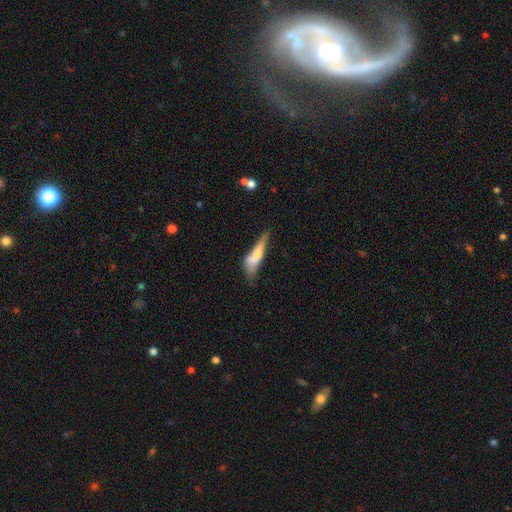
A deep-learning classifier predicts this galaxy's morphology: Smooth or featured?
  - smooth: 60% *
  - featured or disk: 32%
  - star or artifact: 8%
How rounded?
  - cigar-shaped: 67% *
  - in between: 30%
  - round: 3%
Merging?
  - none: 32% *
  - minor disturbance: 29%
  - major disturbance: 23%
  - merger: 16%